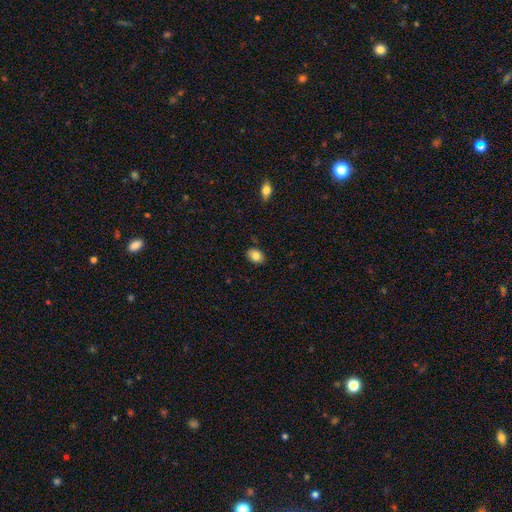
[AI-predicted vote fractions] This is clearly a smooth galaxy (83%). How rounded: likely in between (73%). Merging: clearly none (87%).